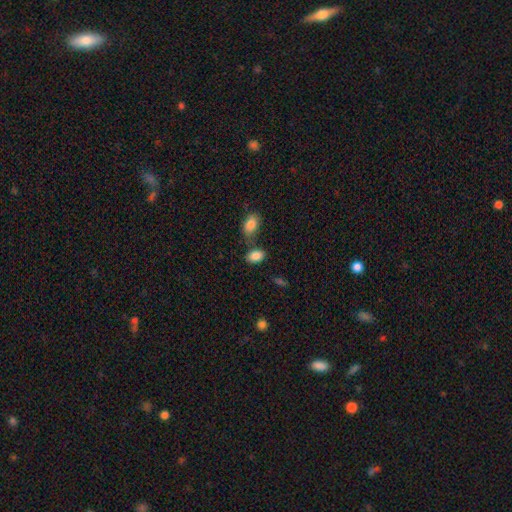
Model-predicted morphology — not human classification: This appears to be a smooth galaxy with no disk features (86%) that is in between round and cigar-shaped (89%). Merging: none (67%).